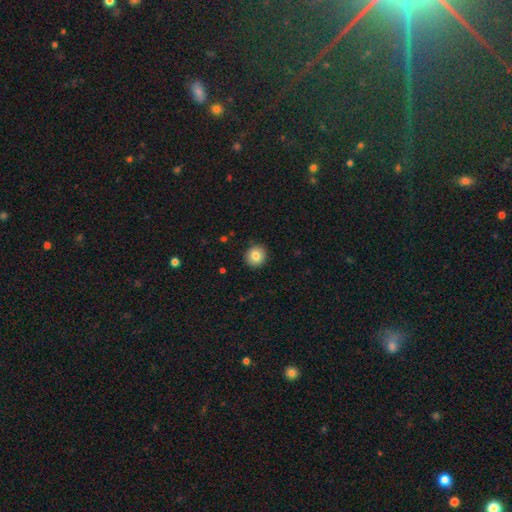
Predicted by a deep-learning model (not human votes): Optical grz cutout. It shows a smooth galaxy with no disk features (83%) that is round (89%). Merging: none (91%).